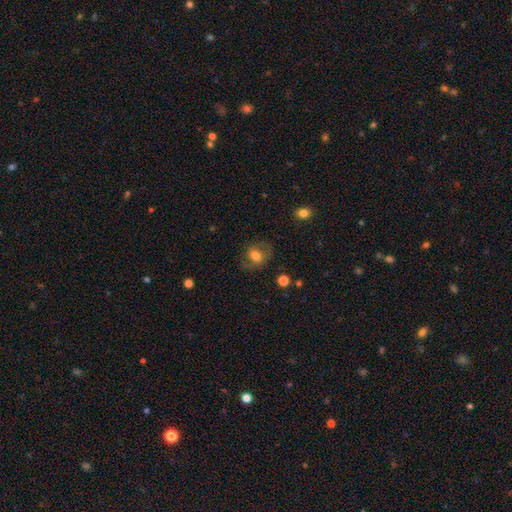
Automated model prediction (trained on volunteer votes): This appears to be a smooth galaxy with no disk features (56%) that is round (52%). Merging: none (70%).